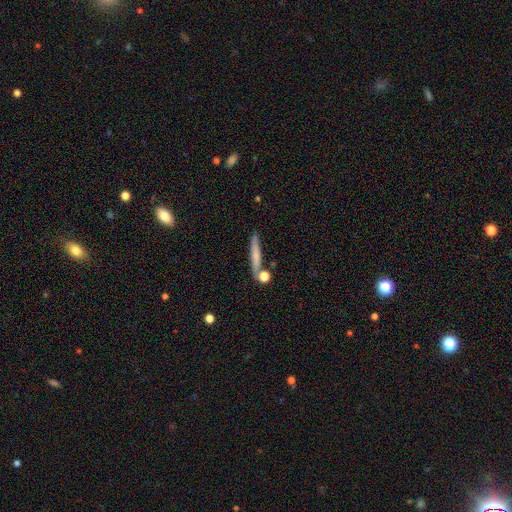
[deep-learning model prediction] smooth-or-featured: smooth: 66% | featured or disk: 27% | star or artifact: 7%
  how-rounded: cigar-shaped: 90% | in between: 6% | round: 3%
  merging: none: 76% | minor disturbance: 11% | merger: 9% | major disturbance: 3%